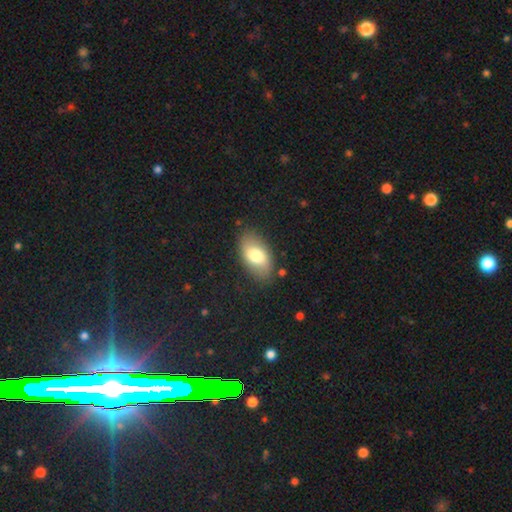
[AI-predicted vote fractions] Overall: smooth (71%). How rounded: in between (94%). Merging: none (81%).